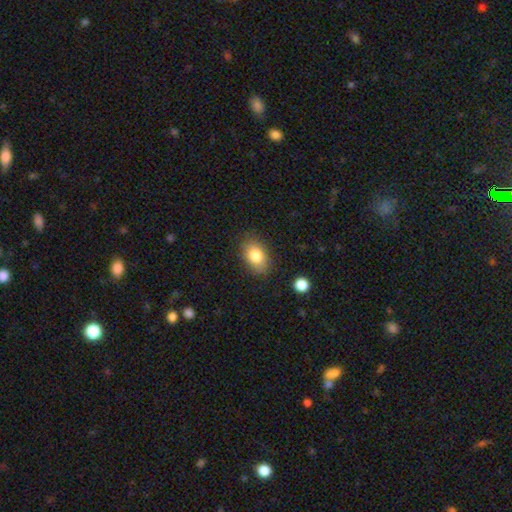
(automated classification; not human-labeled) Smooth or featured?
  - smooth: 81% *
  - featured or disk: 10%
  - star or artifact: 8%
How rounded?
  - in between: 84% *
  - round: 15%
  - cigar-shaped: 1%
Merging?
  - none: 82% *
  - minor disturbance: 13%
  - major disturbance: 3%
  - merger: 1%